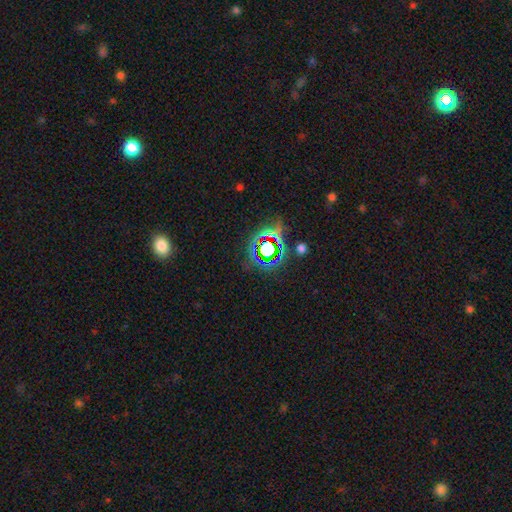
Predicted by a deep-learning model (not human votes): star or artifact 70%, smooth 18%, featured or disk 12%.